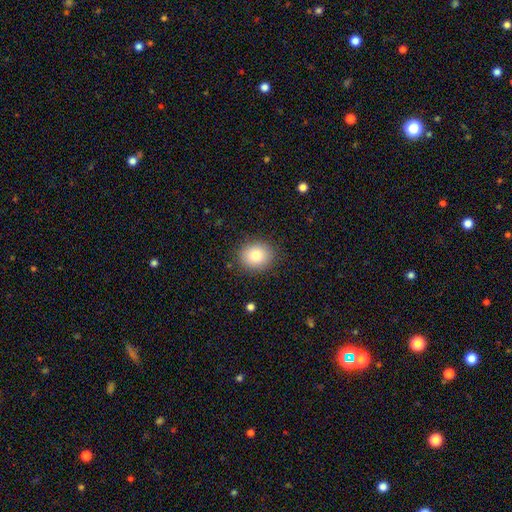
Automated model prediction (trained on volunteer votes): smooth 81%, featured or disk 10%, star or artifact 9%. Down the decision tree: how rounded — round (66%); merging — none (88%).